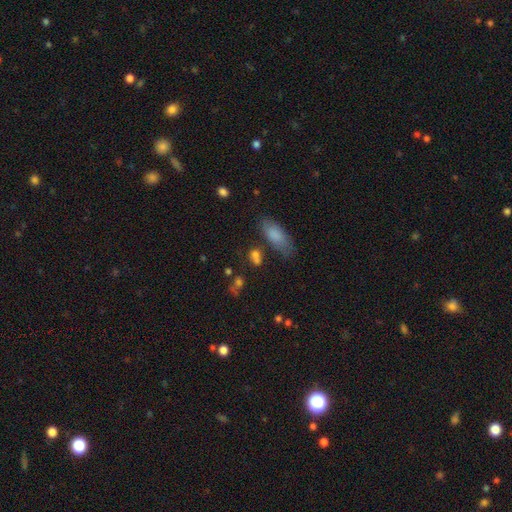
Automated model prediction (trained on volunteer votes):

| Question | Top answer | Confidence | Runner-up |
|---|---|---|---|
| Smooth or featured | smooth | 75% | star or artifact (14%) |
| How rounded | in between | 60% | round (29%) |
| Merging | none | 59% | minor disturbance (17%) |